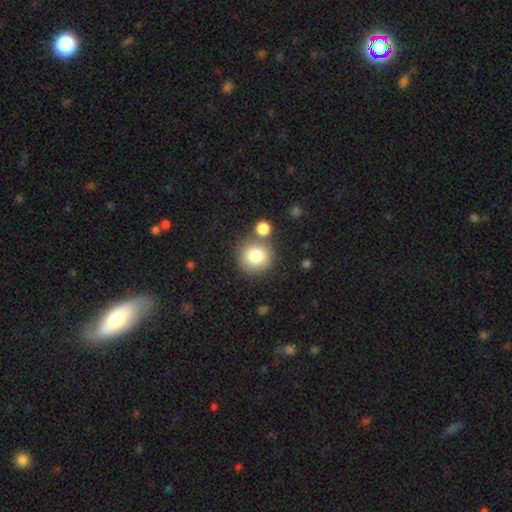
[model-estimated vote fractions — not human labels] Smooth or featured? Predicted: smooth (p=0.80). How rounded? Predicted: round (p=0.90). Merging? Predicted: none (p=0.70).